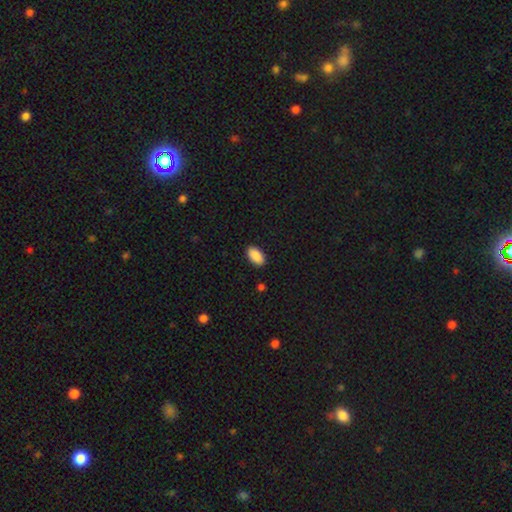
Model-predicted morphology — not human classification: This is clearly a smooth galaxy (91%). How rounded: clearly in between (95%). Merging: clearly none (89%).